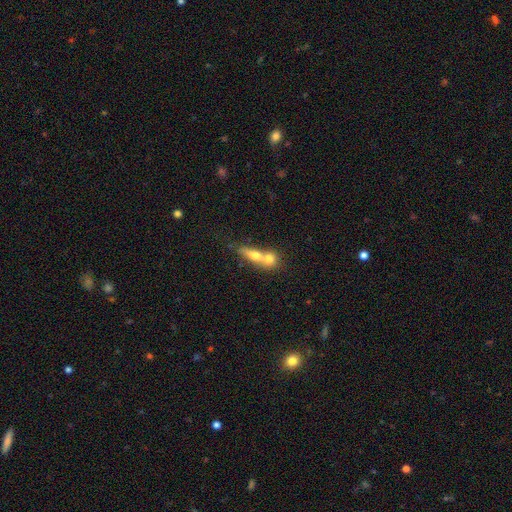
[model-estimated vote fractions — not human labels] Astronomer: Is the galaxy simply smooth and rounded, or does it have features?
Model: smooth — 63%.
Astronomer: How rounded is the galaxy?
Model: in between — 40% (runner-up: cigar-shaped, 31%).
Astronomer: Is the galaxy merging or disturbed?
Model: merger — 67%.